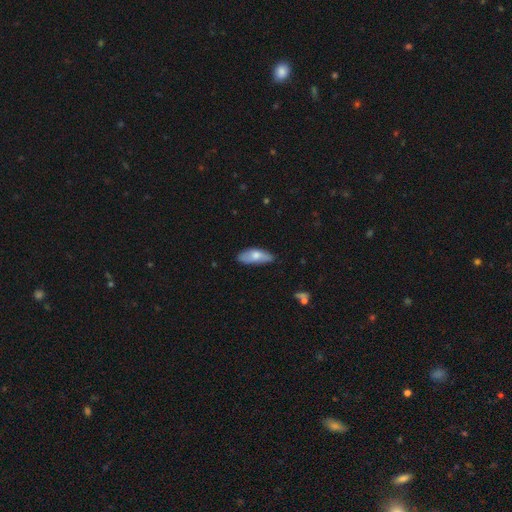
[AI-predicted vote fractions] A smooth galaxy with no disk features (70%) that is in between round and cigar-shaped (78%).

Vote fractions:
- Smooth or featured? smooth: 70% / featured or disk: 24% / star or artifact: 6%
- How rounded? in between: 78% / cigar-shaped: 19% / round: 2%
- Merging? none: 61% / minor disturbance: 31% / major disturbance: 6% / merger: 2%